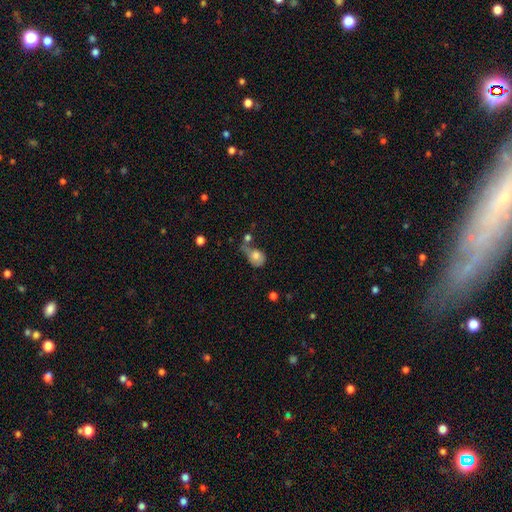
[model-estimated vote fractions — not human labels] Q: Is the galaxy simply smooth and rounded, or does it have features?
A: smooth — 74%.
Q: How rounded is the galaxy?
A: round — 51%.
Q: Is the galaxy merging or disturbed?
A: merger — 31%.